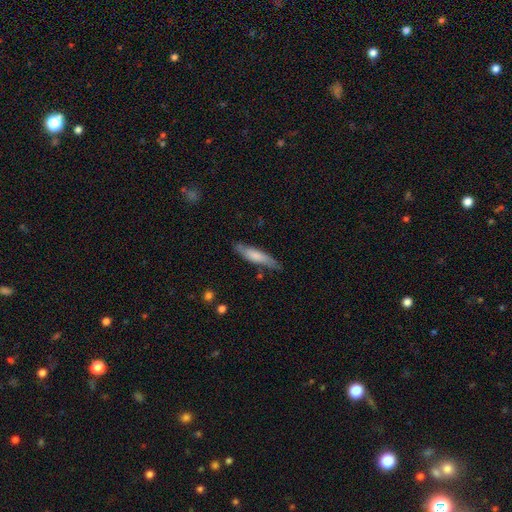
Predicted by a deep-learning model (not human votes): Smooth or featured? smooth (68%)
How rounded? cigar-shaped (79%)
Merging? none (74%)